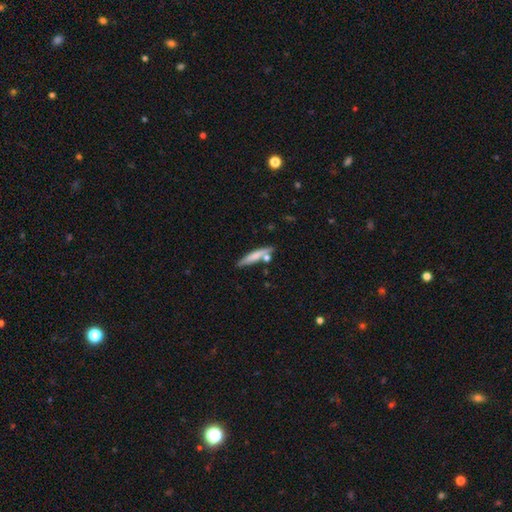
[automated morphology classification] A smooth galaxy with no disk features (65%) that is cigar-shaped (89%).

Vote fractions:
- Smooth or featured? smooth: 65% / featured or disk: 28% / star or artifact: 6%
- How rounded? cigar-shaped: 89% / in between: 9% / round: 2%
- Merging? none: 70% / minor disturbance: 14% / merger: 13% / major disturbance: 3%